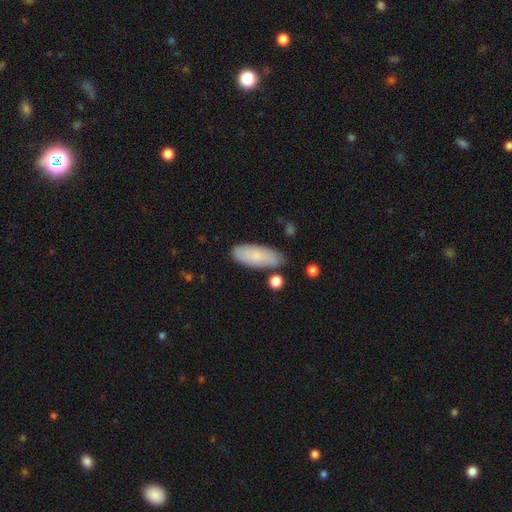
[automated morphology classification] Q: Smooth or featured?
A: smooth (81%); runner-up: featured or disk (12%)
Q: How rounded?
A: in between (77%); runner-up: cigar-shaped (21%)
Q: Merging?
A: none (75%); runner-up: minor disturbance (17%)